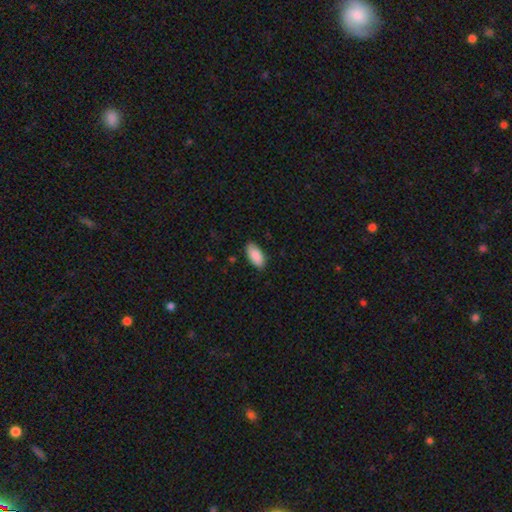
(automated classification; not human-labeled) Smooth or featured: smooth — 90% (star or artifact — 6%)
How rounded: in between — 93% (cigar-shaped — 5%)
Merging: none — 84% (minor disturbance — 13%)